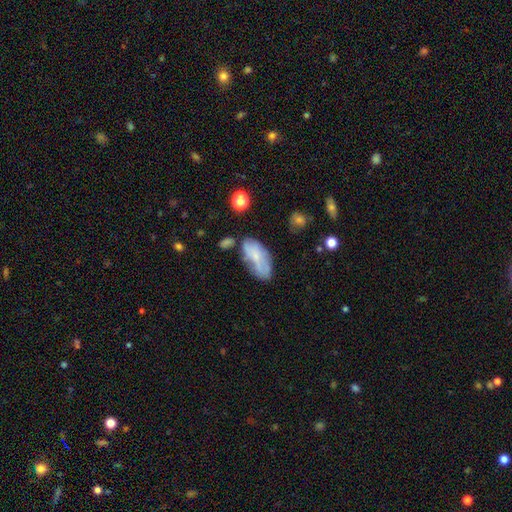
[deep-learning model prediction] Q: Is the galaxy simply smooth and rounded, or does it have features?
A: smooth — 62%.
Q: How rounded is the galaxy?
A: in between — 90%.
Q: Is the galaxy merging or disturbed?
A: none — 47%.